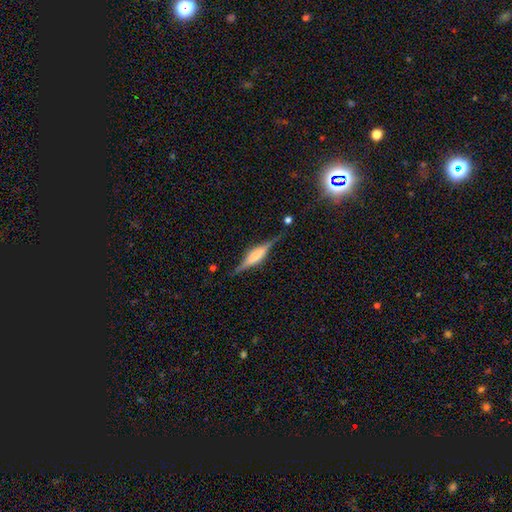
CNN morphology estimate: This is likely a featured or disk galaxy (73%). It is clearly viewed edge-on (97%). Edge-on bulge: possibly rounded (49%). Merging: clearly none (81%).